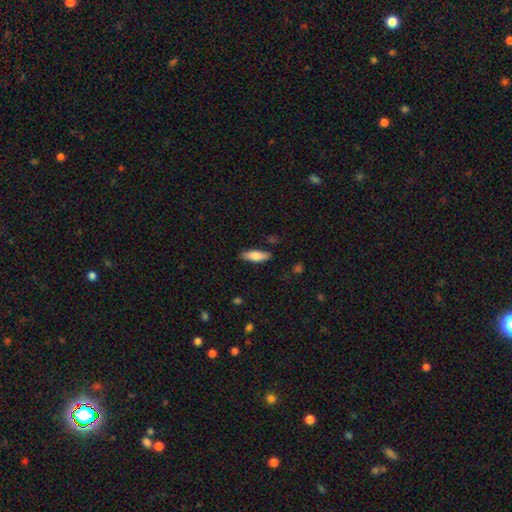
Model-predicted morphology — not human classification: Q: Smooth or featured?
A: smooth (78%); runner-up: featured or disk (17%)
Q: How rounded?
A: in between (57%); runner-up: cigar-shaped (41%)
Q: Merging?
A: none (84%); runner-up: minor disturbance (12%)